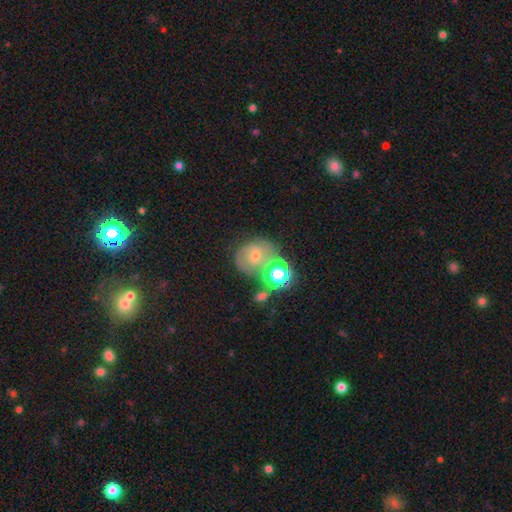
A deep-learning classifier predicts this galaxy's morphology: Smooth or featured? featured or disk (50%)
Merging? none (52%)